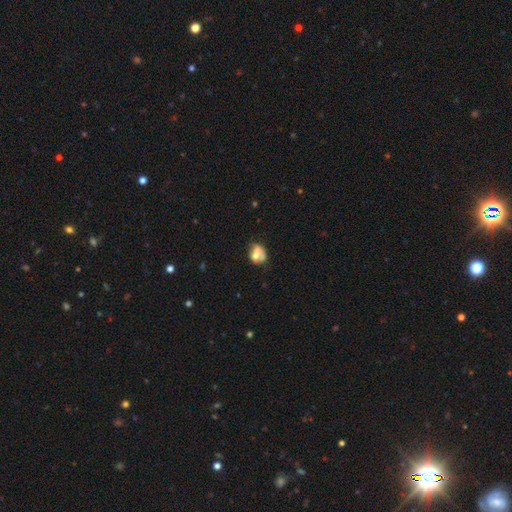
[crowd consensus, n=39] Volunteers were most divided on "smooth or featured": smooth: 49%, featured or disk: 41%, star or artifact: 10%. More confident: how rounded — round (63%); merging — none (54%).